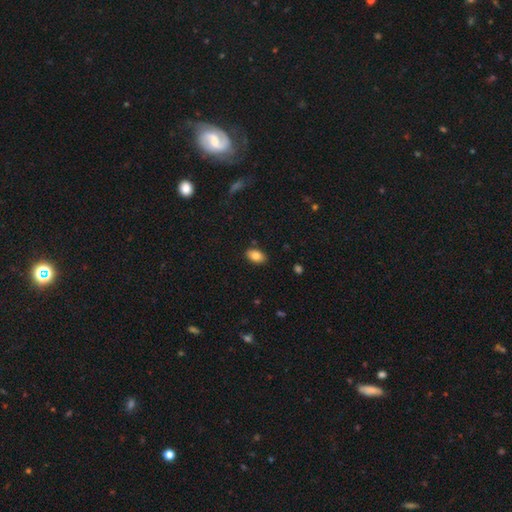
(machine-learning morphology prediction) smooth-or-featured: smooth: 81% | featured or disk: 11% | star or artifact: 8%
  how-rounded: in between: 90% | round: 8% | cigar-shaped: 2%
  merging: none: 86% | minor disturbance: 10% | major disturbance: 2% | merger: 1%